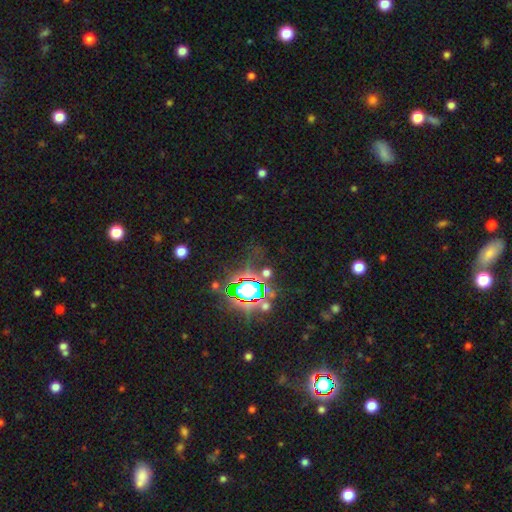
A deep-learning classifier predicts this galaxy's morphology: A star or artifact, not a galaxy (82%).